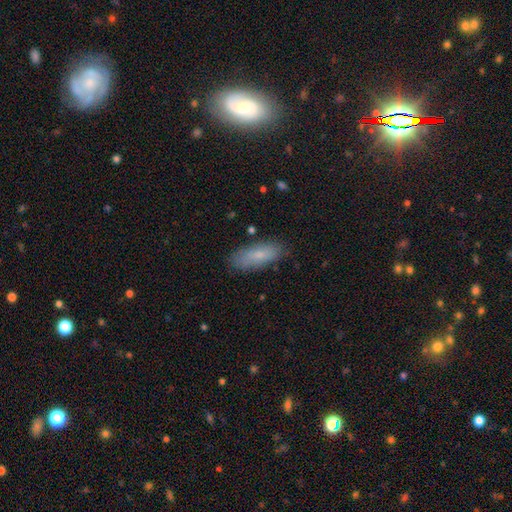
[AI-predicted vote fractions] Overall: smooth (76%). How rounded: in between (70%). Merging: none (81%).